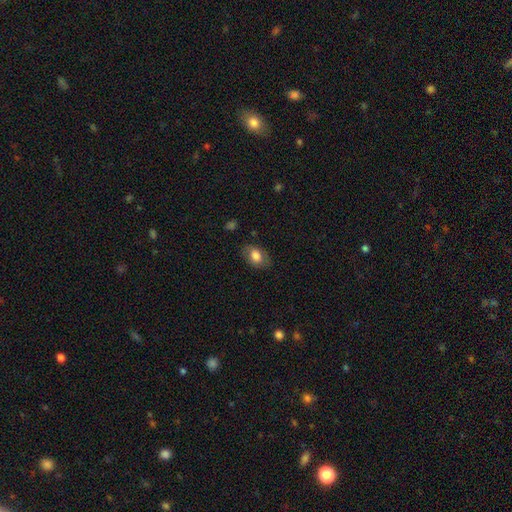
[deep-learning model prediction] This appears to be a smooth galaxy with no disk features (77%) that is in between round and cigar-shaped (87%). Merging: none (79%).